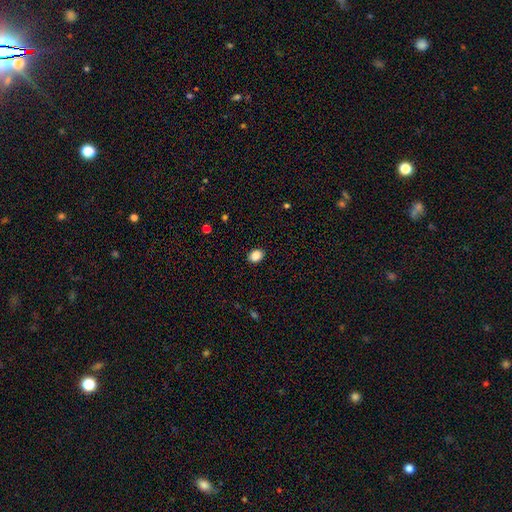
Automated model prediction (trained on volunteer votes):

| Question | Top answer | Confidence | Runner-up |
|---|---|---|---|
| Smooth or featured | smooth | 88% | star or artifact (9%) |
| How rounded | in between | 57% | round (42%) |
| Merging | none | 89% | minor disturbance (8%) |